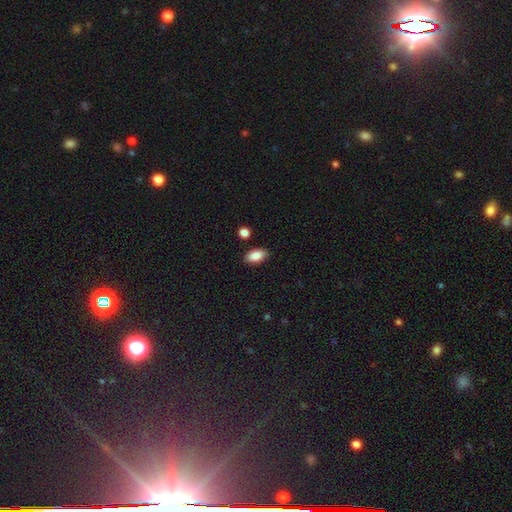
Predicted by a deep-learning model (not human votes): Smooth or featured? Predicted: smooth (p=0.87). How rounded? Predicted: in between (p=0.91). Merging? Predicted: none (p=0.86).